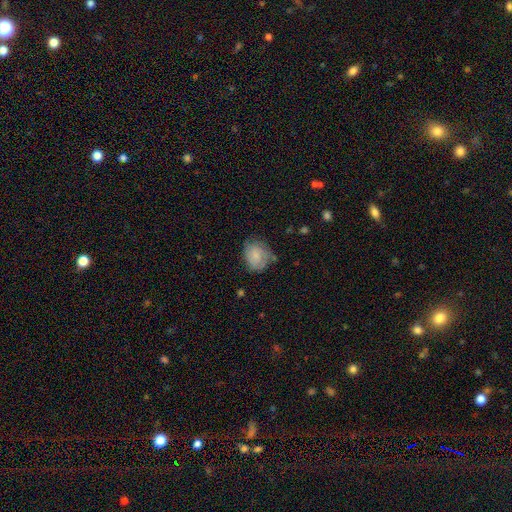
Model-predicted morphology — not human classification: Smooth or featured? Predicted: smooth (p=0.62). How rounded? Predicted: round (p=0.58). Merging? Predicted: none (p=0.59).